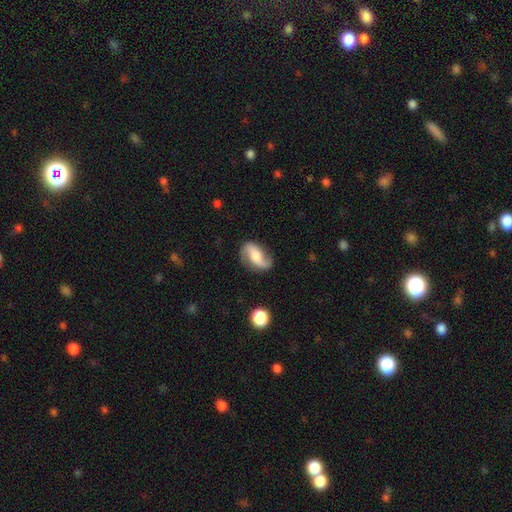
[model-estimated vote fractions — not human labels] Overall: featured or disk (75%). Edge-on disk: no (96%). Bar: no (43%; weak 35%). Spiral arms: yes (95%). Spiral arm count: 2 (91%). Spiral winding: loose (67%). Bulge size: moderate (39%; small 25%). Merging: none (76%).